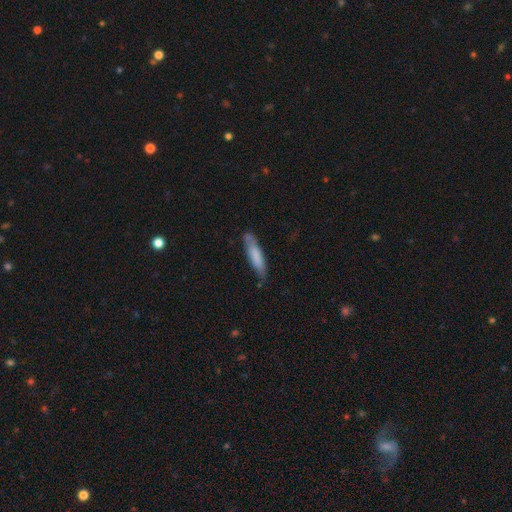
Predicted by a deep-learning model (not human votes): Overall: smooth (74%). How rounded: cigar-shaped (80%). Merging: none (72%).